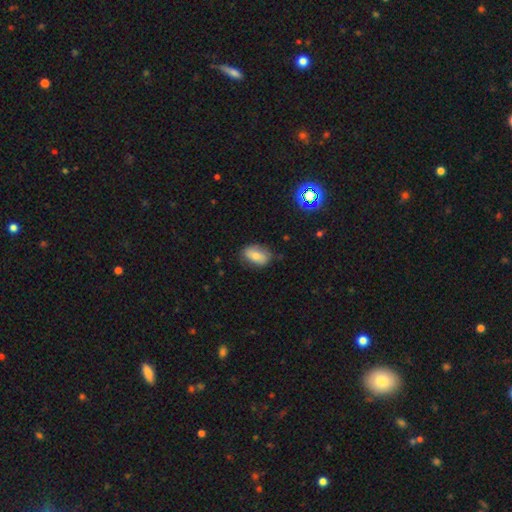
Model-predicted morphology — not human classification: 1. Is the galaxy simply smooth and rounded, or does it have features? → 68% smooth, 22% featured or disk, 10% star or artifact.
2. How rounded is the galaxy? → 88% in between, 9% round, 3% cigar-shaped.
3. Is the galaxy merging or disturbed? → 74% none, 20% minor disturbance, 4% major disturbance, 1% merger.